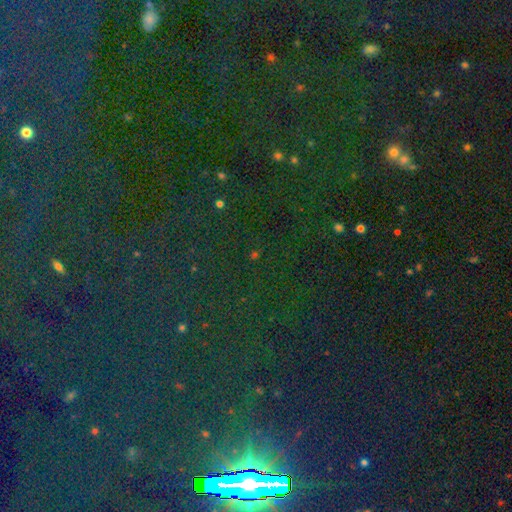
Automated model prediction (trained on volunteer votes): star or artifact 83%, smooth 9%, featured or disk 7%.